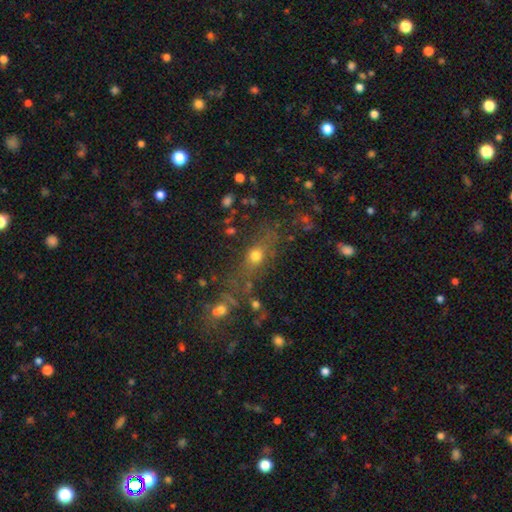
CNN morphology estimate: smooth_or_featured: smooth (p=0.60) [alt: star or artifact p=0.22]
how_rounded: in between (p=0.44) [alt: round p=0.39]
merging: none (p=0.61) [alt: minor disturbance p=0.15]